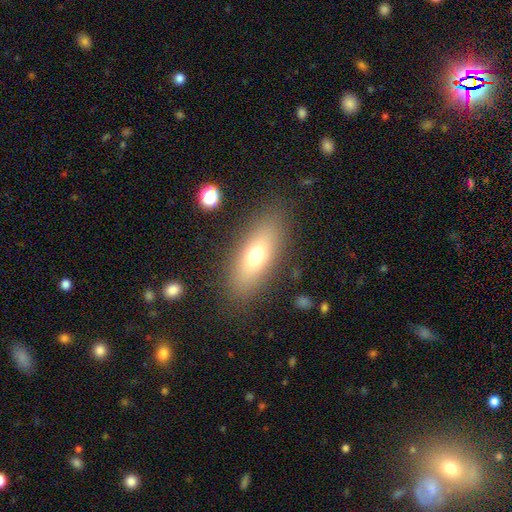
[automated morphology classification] Smooth or featured? Predicted: smooth (p=0.68). How rounded? Predicted: in between (p=0.70). Merging? Predicted: none (p=0.84).